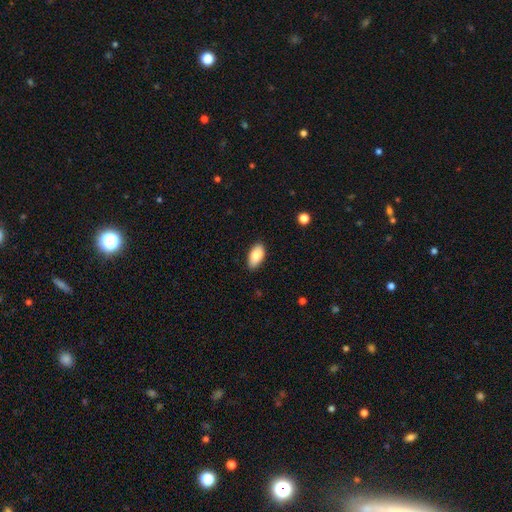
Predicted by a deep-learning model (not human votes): smooth 84%, featured or disk 10%, star or artifact 7%. Down the decision tree: how rounded — in between (93%); merging — none (87%).